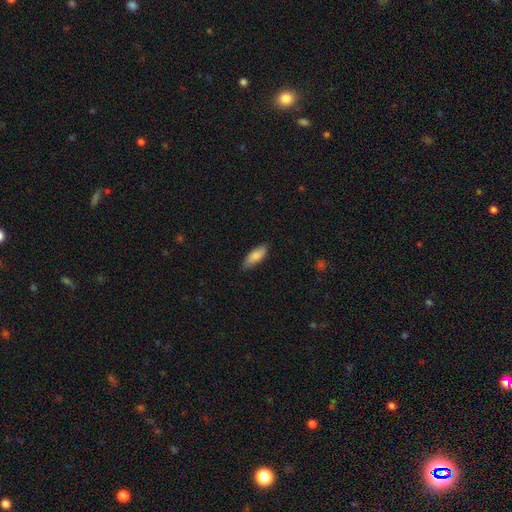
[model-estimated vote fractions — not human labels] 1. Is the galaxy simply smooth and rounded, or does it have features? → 84% smooth, 11% featured or disk, 6% star or artifact.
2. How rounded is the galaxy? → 73% in between, 25% cigar-shaped, 2% round.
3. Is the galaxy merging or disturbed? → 79% none, 17% minor disturbance, 2% major disturbance, 1% merger.